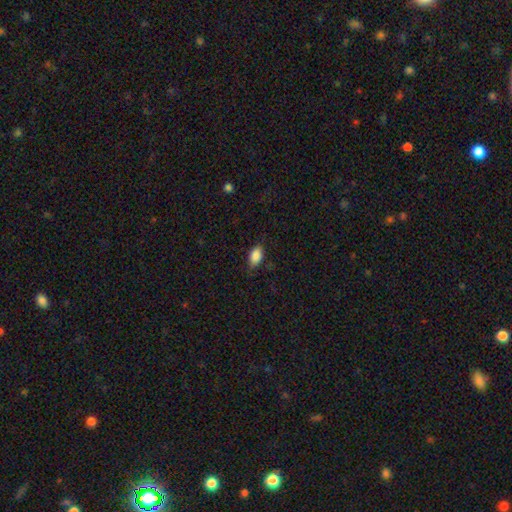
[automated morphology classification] smooth_or_featured: smooth (p=0.86) [alt: star or artifact p=0.08]
how_rounded: in between (p=0.91) [alt: round p=0.06]
merging: none (p=0.77) [alt: minor disturbance p=0.18]